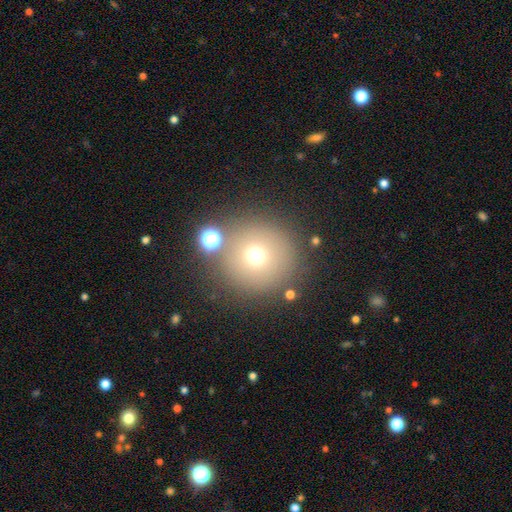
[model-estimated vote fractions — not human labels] Smooth or featured?
  - smooth: 67% *
  - star or artifact: 20%
  - featured or disk: 13%
How rounded?
  - round: 96% *
  - in between: 3%
  - cigar-shaped: 1%
Merging?
  - none: 81% *
  - minor disturbance: 8%
  - merger: 7%
  - major disturbance: 5%